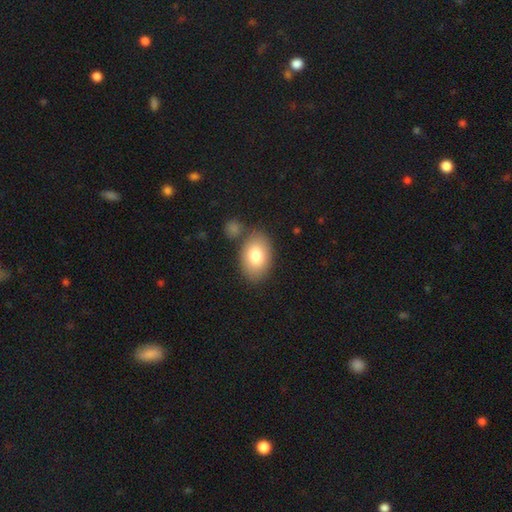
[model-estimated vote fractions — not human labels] The model was most divided on "merging": none: 76%, minor disturbance: 12%, merger: 9%, major disturbance: 3%. More confident: how rounded — in between (87%); smooth or featured — smooth (80%).